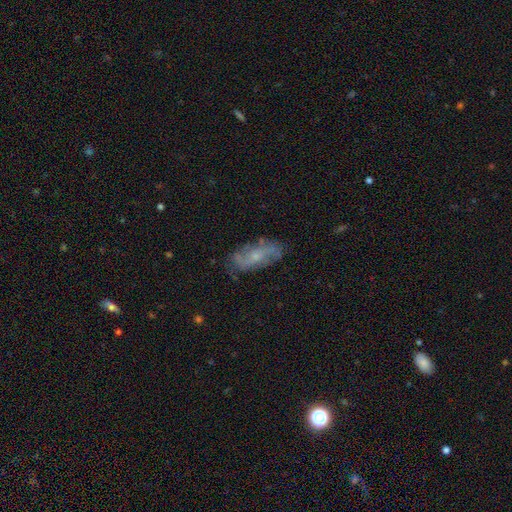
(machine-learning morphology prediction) The model was most divided on "smooth or featured": featured or disk: 58%, smooth: 34%, star or artifact: 8%. More confident: edge-on disk — no (87%); spiral arms — yes (75%); merging — none (72%); bar — no (66%); bulge size — small (60%).